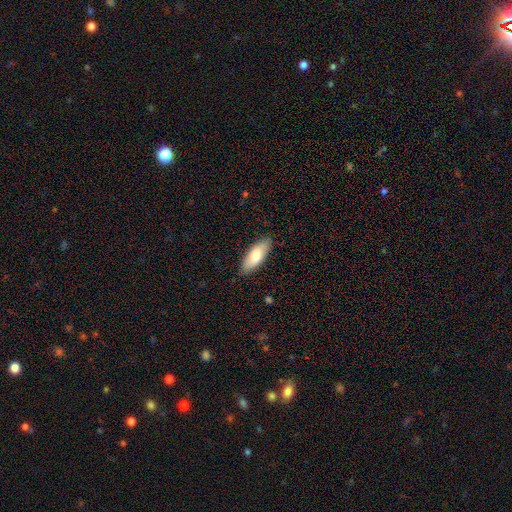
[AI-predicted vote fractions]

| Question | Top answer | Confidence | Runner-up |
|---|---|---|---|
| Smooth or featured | smooth | 75% | featured or disk (20%) |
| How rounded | in between | 76% | cigar-shaped (22%) |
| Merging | none | 86% | minor disturbance (11%) |